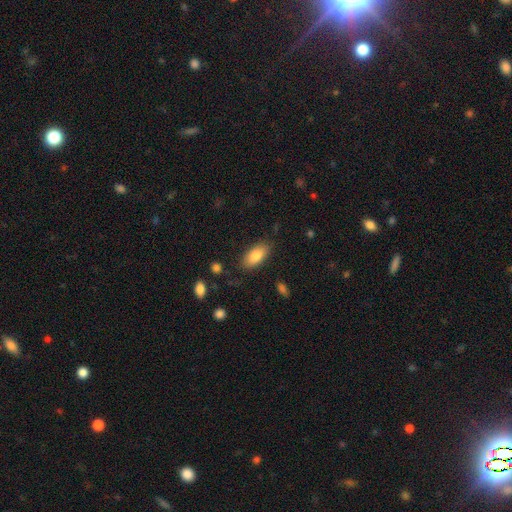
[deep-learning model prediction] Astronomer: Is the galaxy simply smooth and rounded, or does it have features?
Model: smooth — 82%.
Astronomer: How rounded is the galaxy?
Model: in between — 88%.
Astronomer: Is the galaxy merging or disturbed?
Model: none — 83%.